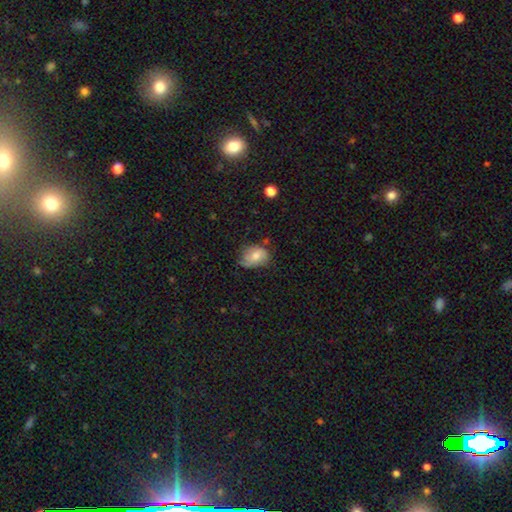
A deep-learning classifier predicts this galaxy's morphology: Smooth or featured? smooth (57%)
How rounded? in between (65%)
Merging? none (50%)